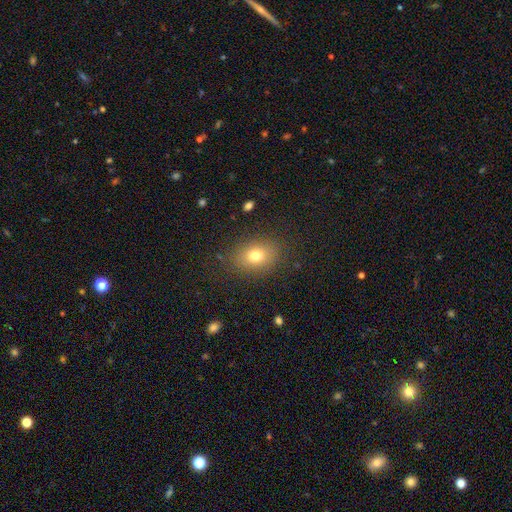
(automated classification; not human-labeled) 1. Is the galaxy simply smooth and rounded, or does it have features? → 75% smooth, 13% star or artifact, 12% featured or disk.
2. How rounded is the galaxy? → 66% in between, 33% round, 1% cigar-shaped.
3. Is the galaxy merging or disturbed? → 85% none, 10% minor disturbance, 4% major disturbance, 1% merger.